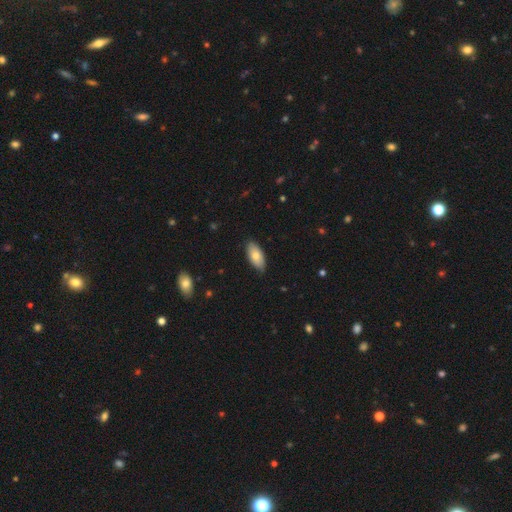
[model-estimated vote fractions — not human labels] smooth 75%, featured or disk 19%, star or artifact 7%. Down the decision tree: how rounded — in between (90%); merging — none (85%).